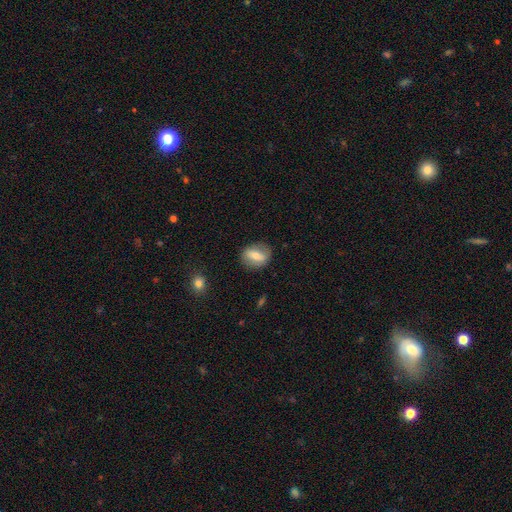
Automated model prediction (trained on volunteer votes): This appears to be a smooth galaxy with no disk features (57%) that is in between round and cigar-shaped (57%). Merging: none (81%).